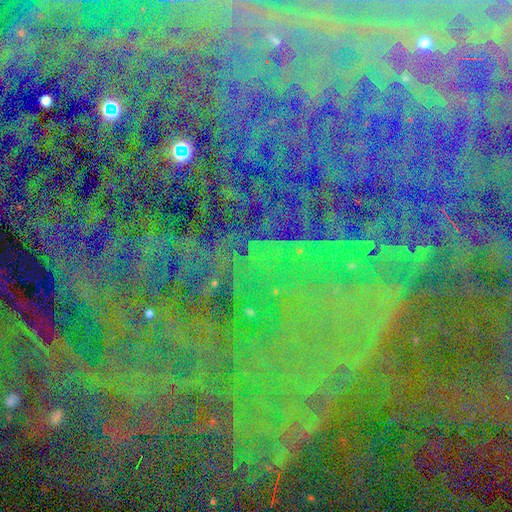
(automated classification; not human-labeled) A star or artifact, not a galaxy (86%).

Vote fractions:
- Smooth or featured? star or artifact: 86% / featured or disk: 7% / smooth: 7%